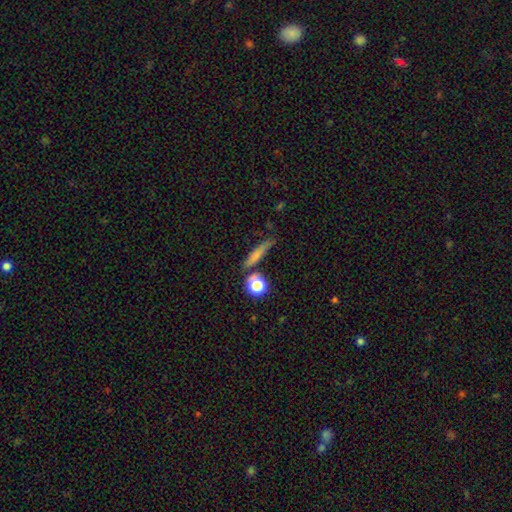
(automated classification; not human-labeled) A smooth galaxy with no disk features (64%) that is cigar-shaped (68%). Merging: none (72%).